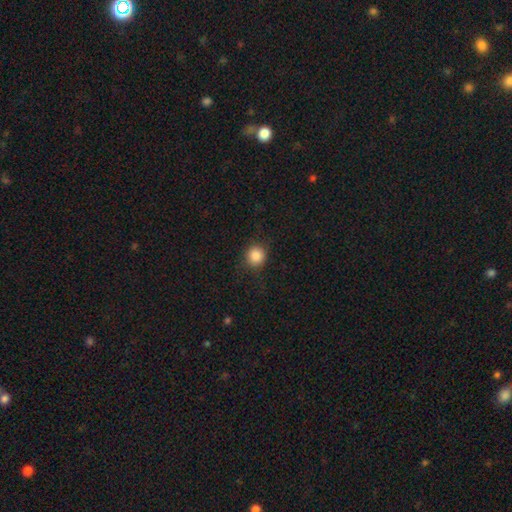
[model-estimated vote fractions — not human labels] This is clearly a smooth galaxy (86%). How rounded: clearly round (91%). Merging: clearly none (85%).